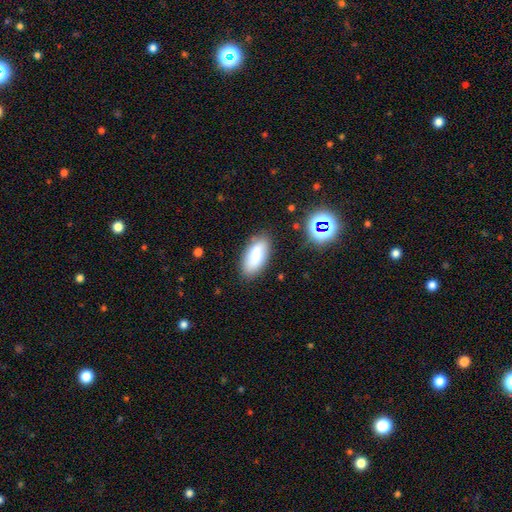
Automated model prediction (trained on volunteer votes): Smooth or featured? Predicted: smooth (p=0.71). How rounded? Predicted: in between (p=0.89). Merging? Predicted: none (p=0.83).